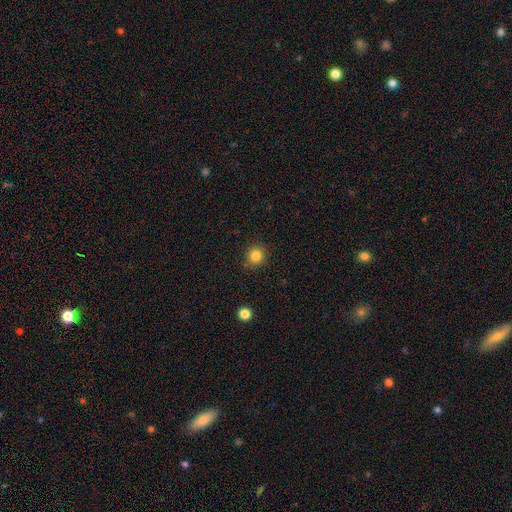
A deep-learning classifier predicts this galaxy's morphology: Smooth or featured? Predicted: smooth (p=0.84). How rounded? Predicted: round (p=0.89). Merging? Predicted: none (p=0.87).